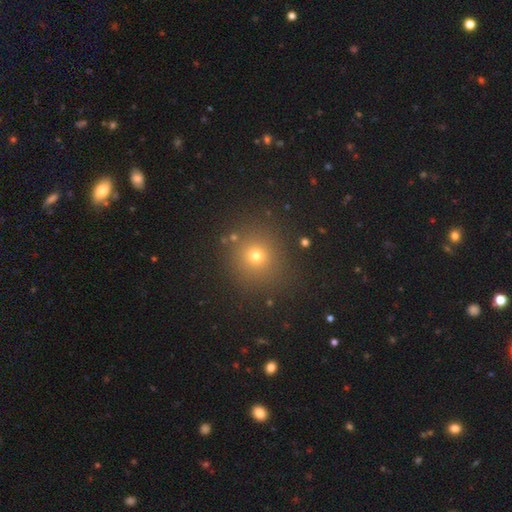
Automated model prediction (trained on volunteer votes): Smooth or featured? Predicted: smooth (p=0.68). How rounded? Predicted: round (p=0.91). Merging? Predicted: none (p=0.87).